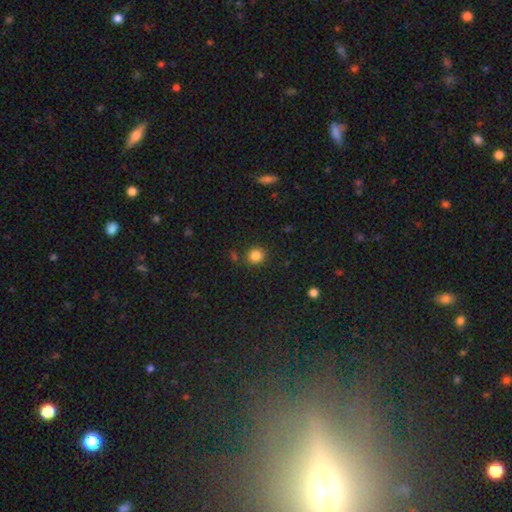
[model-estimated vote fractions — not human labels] Morphology: type=smooth (84%); roundness=round (89%); merging=none (86%).